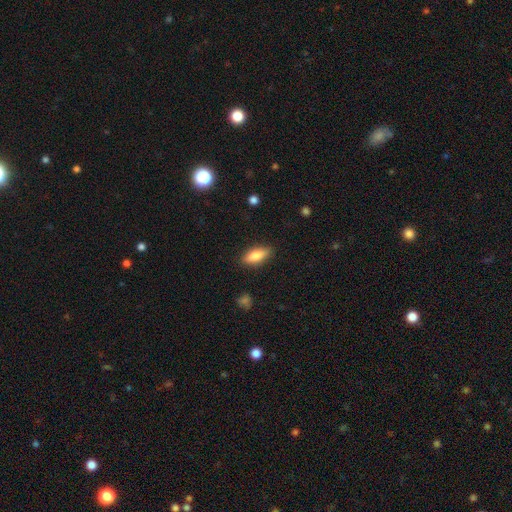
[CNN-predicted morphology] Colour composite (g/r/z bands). It shows a smooth galaxy with no disk features (79%) that is in between round and cigar-shaped (72%). Merging: none (86%).